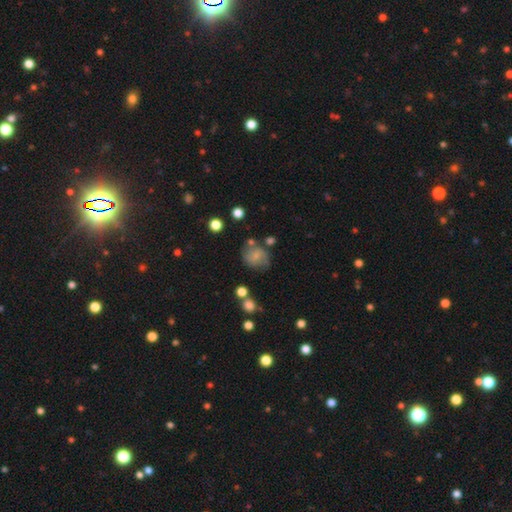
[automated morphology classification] A smooth galaxy with no disk features (66%) that is round (74%). Merging: none (60%).